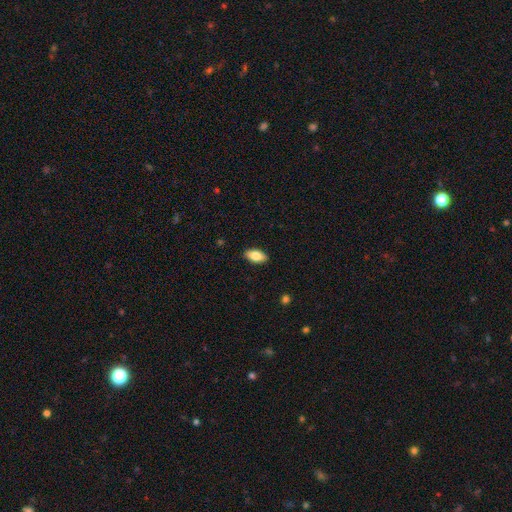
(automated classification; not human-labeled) Smooth or featured? Predicted: smooth (p=0.81). How rounded? Predicted: in between (p=0.91). Merging? Predicted: none (p=0.89).